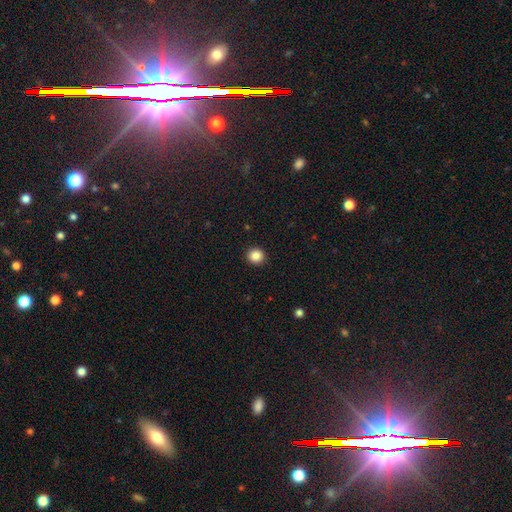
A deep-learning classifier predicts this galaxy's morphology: smooth 86%, star or artifact 11%, featured or disk 3%. Down the decision tree: how rounded — round (92%); merging — none (93%).